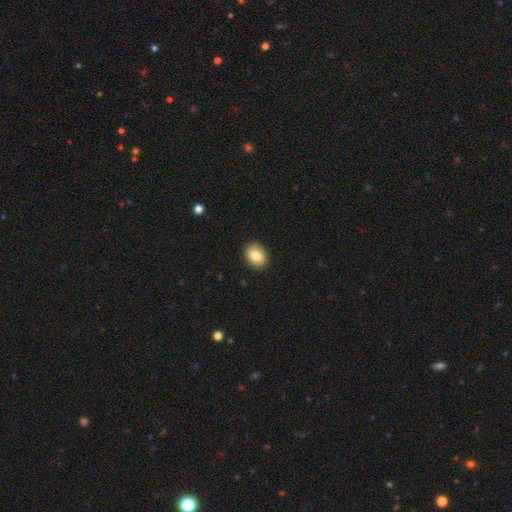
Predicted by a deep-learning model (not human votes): This appears to be a smooth galaxy with no disk features (82%) that is in between round and cigar-shaped (68%). Merging: none (89%).